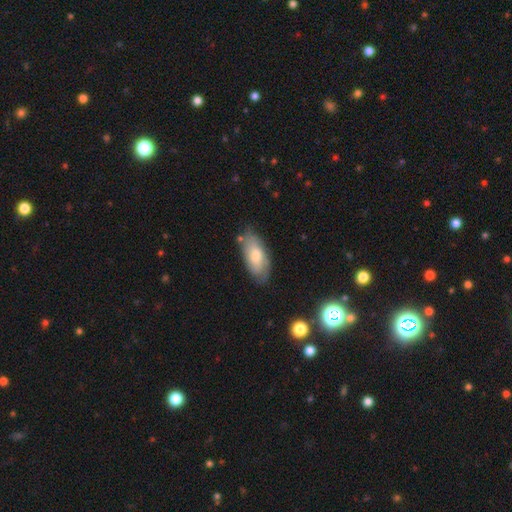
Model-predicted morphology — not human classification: This appears to be a smooth galaxy with no disk features (67%) that is in between round and cigar-shaped (89%). Merging: none (71%).